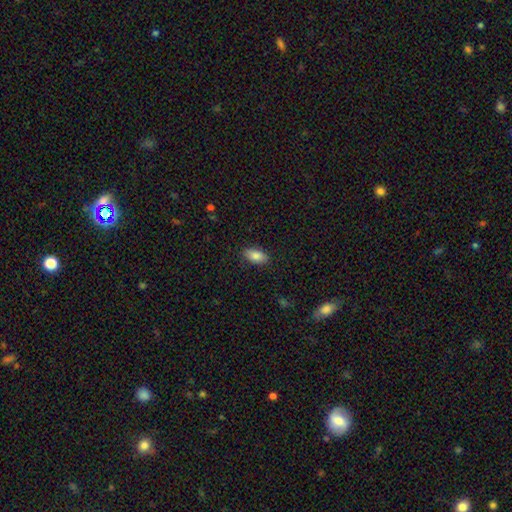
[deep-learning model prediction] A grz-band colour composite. It shows a smooth galaxy with no disk features (85%) that is in between round and cigar-shaped (92%). Merging: none (88%).